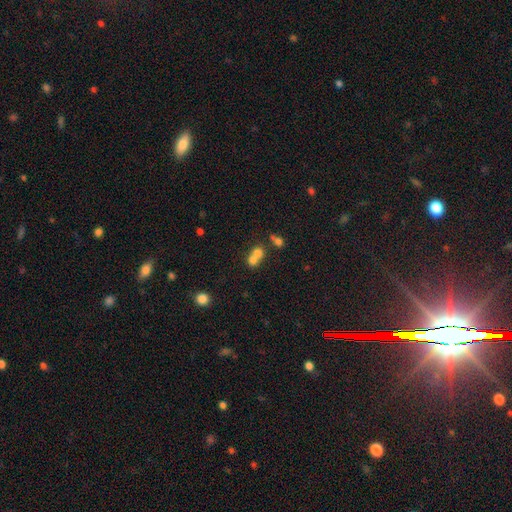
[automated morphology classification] Smooth or featured?
  - smooth: 69% *
  - featured or disk: 17%
  - star or artifact: 13%
How rounded?
  - round: 70% *
  - in between: 28%
  - cigar-shaped: 1%
Merging?
  - merger: 66% *
  - none: 26%
  - minor disturbance: 5%
  - major disturbance: 3%